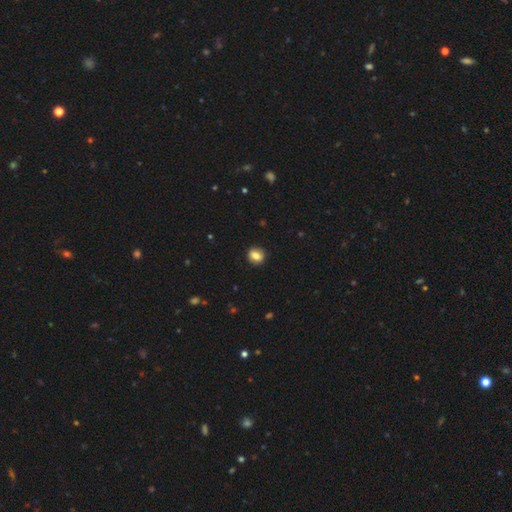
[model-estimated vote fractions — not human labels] This appears to be a smooth galaxy with no disk features (79%) that is round (61%). Merging: none (89%).